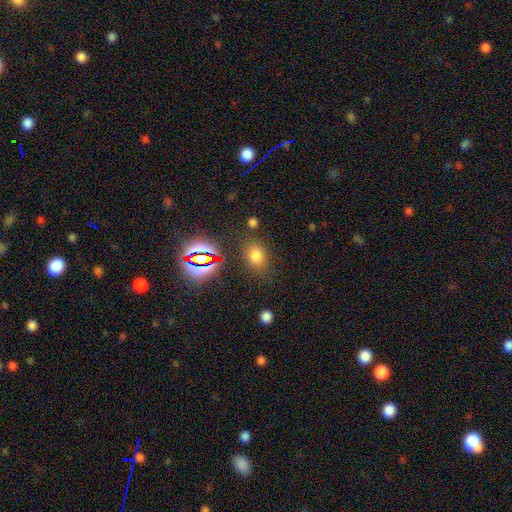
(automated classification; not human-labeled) Overall: smooth (71%). How rounded: in between (61%; round 38%). Merging: none (77%).